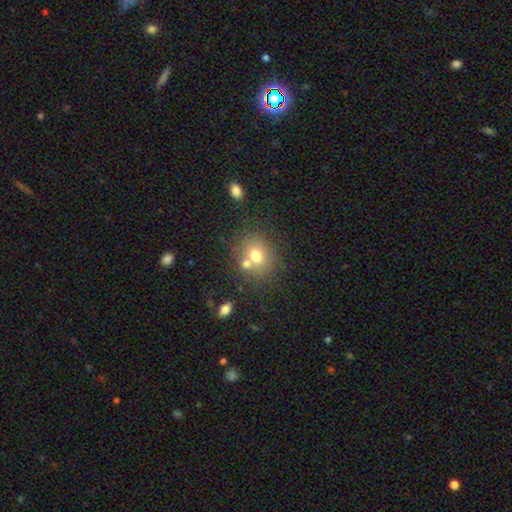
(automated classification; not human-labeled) A smooth galaxy with no disk features (70%) that is round (70%). Merging: none (58%).